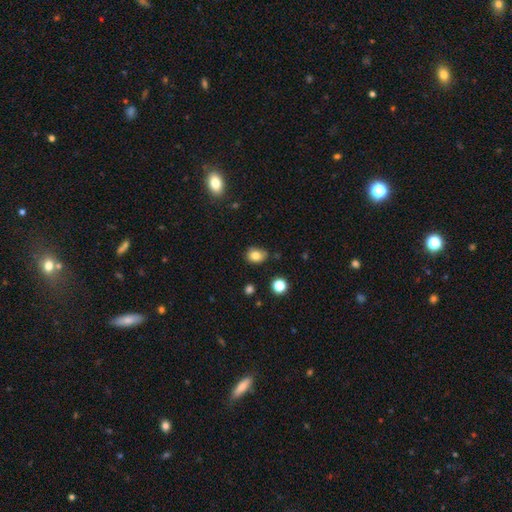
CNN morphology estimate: smooth 81%, star or artifact 11%, featured or disk 8%. Down the decision tree: how rounded — round (51%); merging — none (76%).